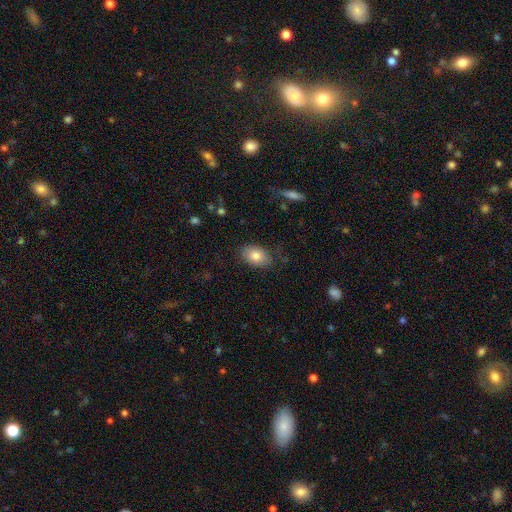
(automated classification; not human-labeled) Smooth or featured? smooth (81%)
How rounded? in between (87%)
Merging? none (79%)